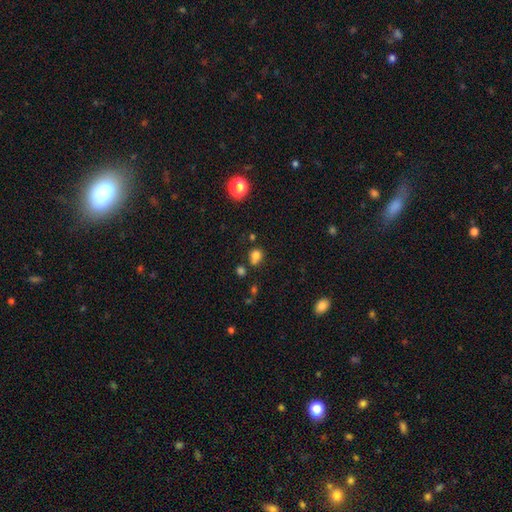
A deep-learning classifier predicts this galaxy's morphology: Smooth or featured? smooth (78%)
How rounded? round (62%)
Merging? none (56%)